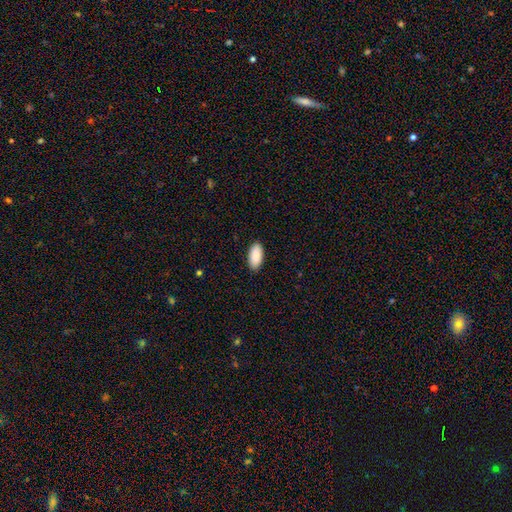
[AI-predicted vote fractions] Morphology: type=smooth (88%); roundness=in between (93%); merging=none (90%).